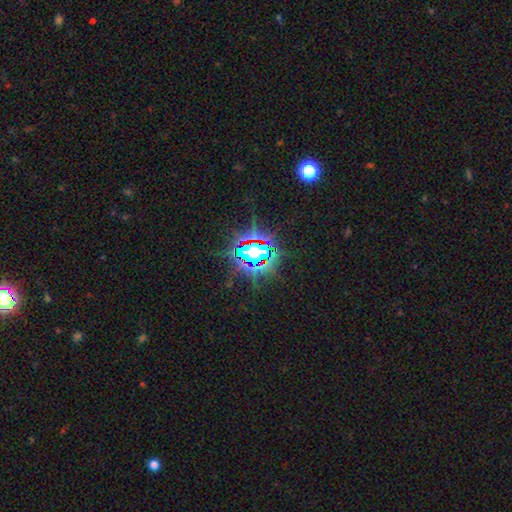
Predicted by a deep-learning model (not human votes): The model was most divided on "smooth or featured": star or artifact: 81%, smooth: 10%, featured or disk: 9%.